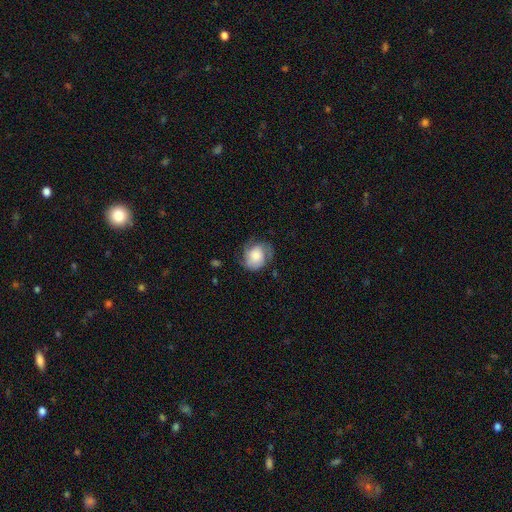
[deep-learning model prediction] This is possibly a featured or disk galaxy (52%). It is clearly not viewed edge-on (97%). Bar: likely no (78%). Spiral arm pattern: clearly yes (88%). Central bulge: marginally large (41%). Merging: possibly none (59%).